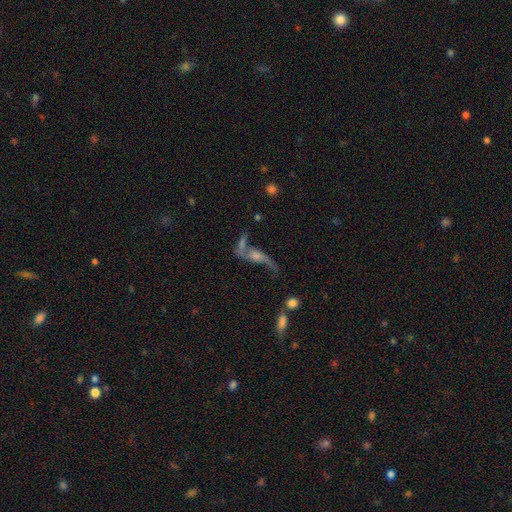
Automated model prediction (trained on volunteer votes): Smooth or featured? featured or disk (74%)
Edge-on disk? no (76%)
Bar? no (67%)
Spiral arms? yes (83%)
Bulge size? moderate (38%)
Merging? none (38%)